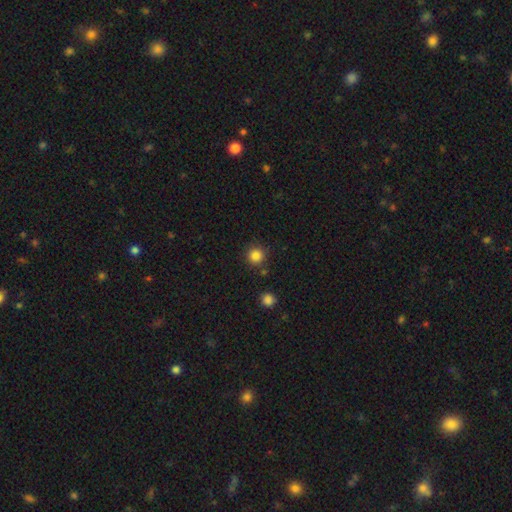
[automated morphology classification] type=smooth (85%); roundness=round (95%); merging=none (87%).